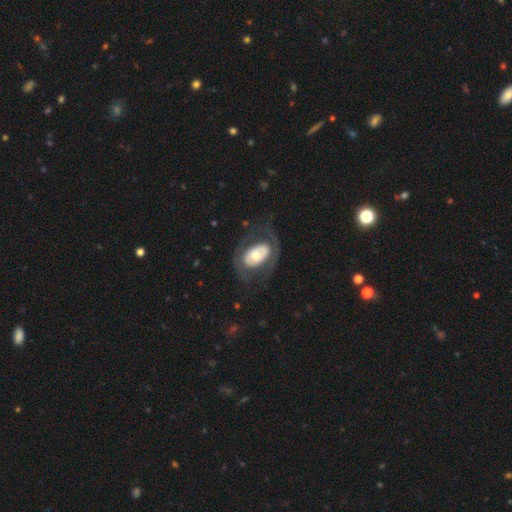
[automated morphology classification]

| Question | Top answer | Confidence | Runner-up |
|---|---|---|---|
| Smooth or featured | featured or disk | 57% | smooth (38%) |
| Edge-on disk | no | 93% | yes (7%) |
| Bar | no | 78% | weak (14%) |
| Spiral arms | no | 72% | yes (28%) |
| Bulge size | moderate | 66% | small (16%) |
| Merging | none | 69% | major disturbance (16%) |